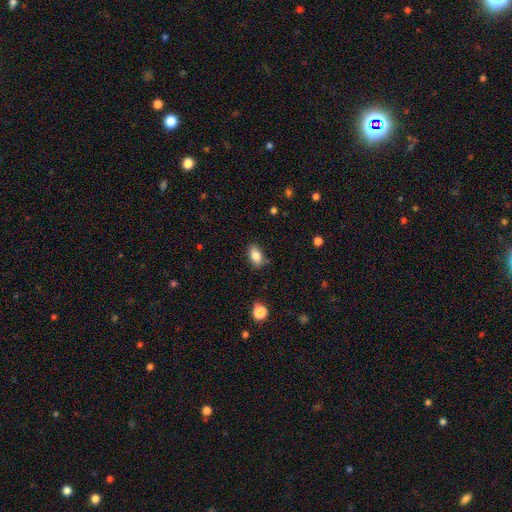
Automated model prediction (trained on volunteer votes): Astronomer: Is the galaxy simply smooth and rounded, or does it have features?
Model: smooth — 84%.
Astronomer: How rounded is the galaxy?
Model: in between — 89%.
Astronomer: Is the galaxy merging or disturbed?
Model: none — 79%.